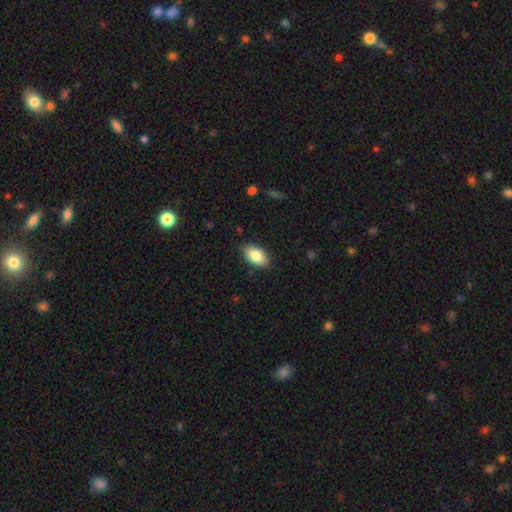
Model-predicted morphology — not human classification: This appears to be a smooth galaxy with no disk features (86%) that is in between round and cigar-shaped (94%). Merging: none (85%).